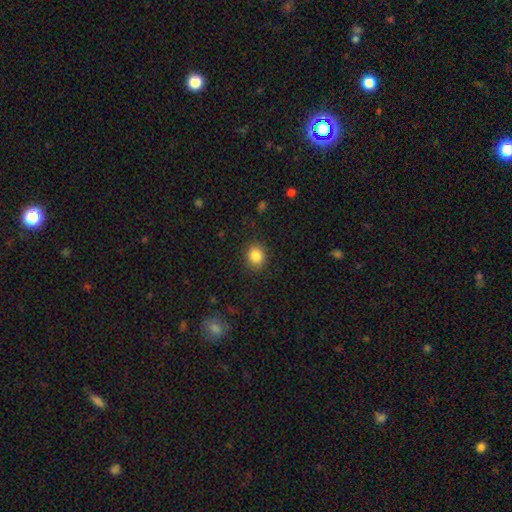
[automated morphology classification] smooth 85%, star or artifact 10%, featured or disk 5%. Down the decision tree: how rounded — round (76%); merging — none (89%).